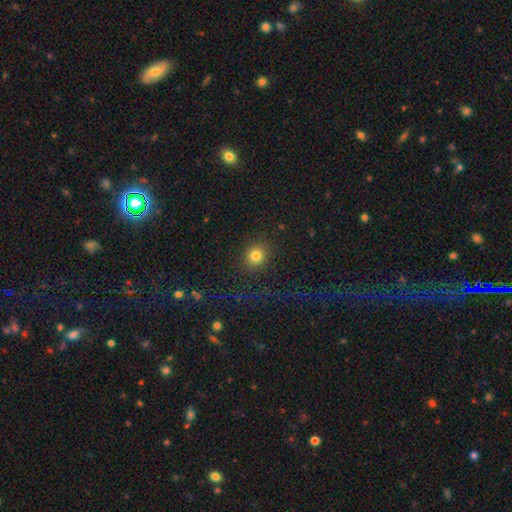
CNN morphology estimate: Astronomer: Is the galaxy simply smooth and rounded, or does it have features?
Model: smooth — 79%.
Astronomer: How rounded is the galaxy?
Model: round — 84%.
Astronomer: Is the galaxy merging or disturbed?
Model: none — 85%.